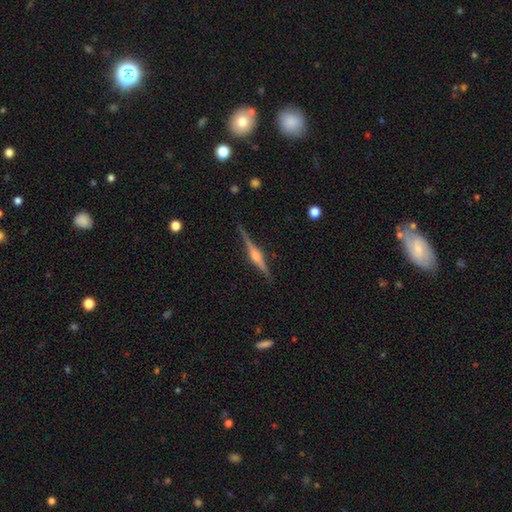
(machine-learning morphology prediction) A featured or disk galaxy (84%) viewed edge-on (98%) with a rounded central bulge (89%). Merging: none (89%).